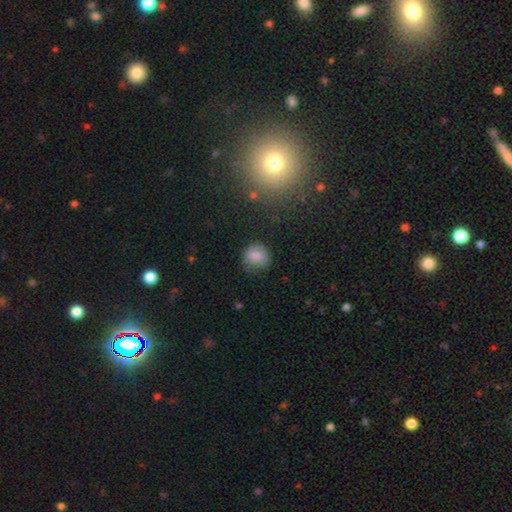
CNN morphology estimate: A smooth galaxy with no disk features (81%) that is round (81%). Merging: none (71%).